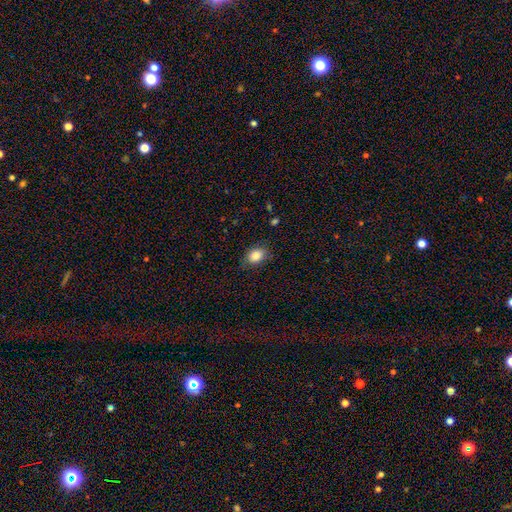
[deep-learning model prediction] The model was most divided on "how rounded": in between: 78%, round: 21%, cigar-shaped: 1%. More confident: smooth or featured — smooth (86%); merging — none (77%).